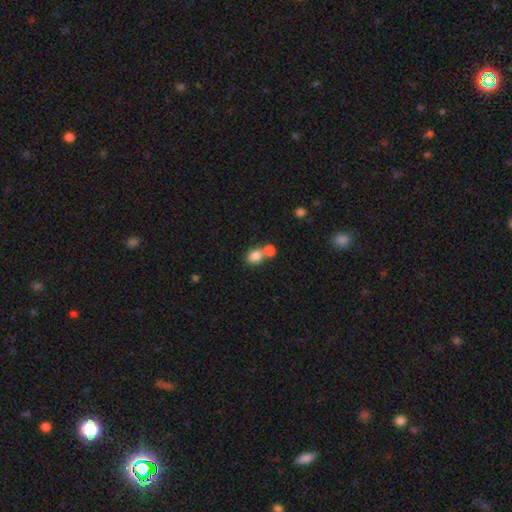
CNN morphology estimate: A smooth galaxy with no disk features (83%) that is round (50%). Merging: merger (52%).